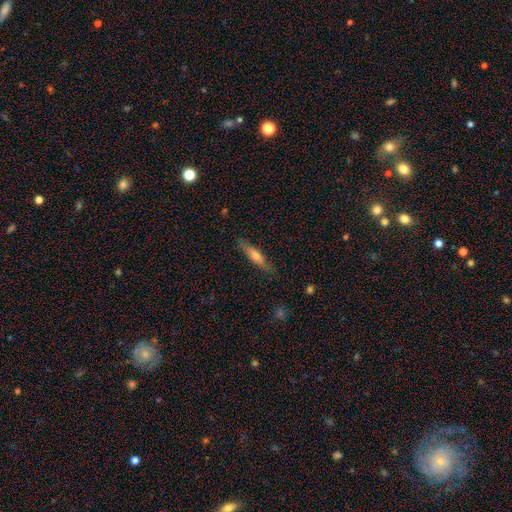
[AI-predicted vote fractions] Overall: smooth (53%; featured or disk 41%). How rounded: cigar-shaped (82%). Merging: none (85%).